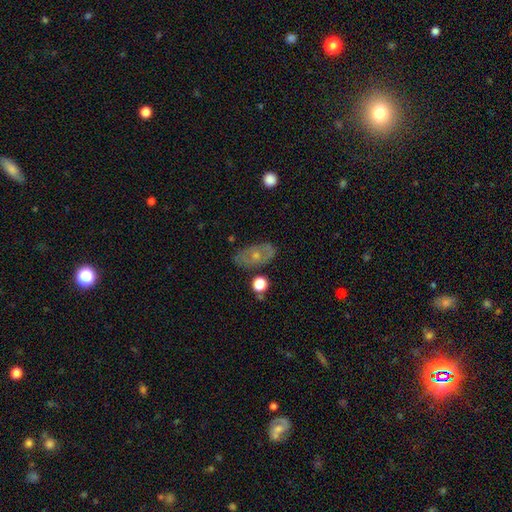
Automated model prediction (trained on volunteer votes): Smooth or featured: featured or disk — 54% (smooth — 37%)
Edge-on disk: no — 91% (yes — 9%)
Merging: none — 73% (minor disturbance — 18%)